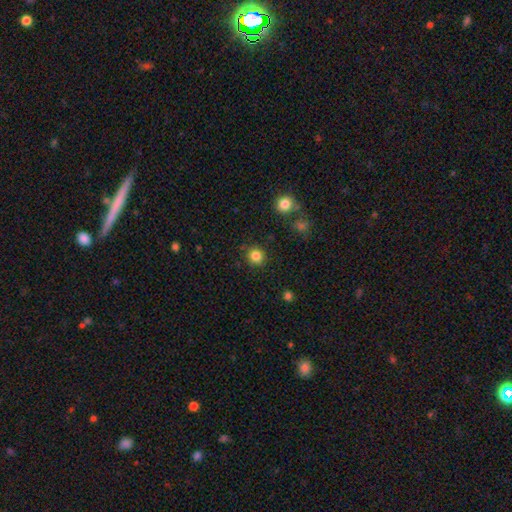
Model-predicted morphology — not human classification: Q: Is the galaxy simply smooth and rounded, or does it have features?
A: smooth — 85%.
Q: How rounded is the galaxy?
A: round — 91%.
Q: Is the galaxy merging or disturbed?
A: none — 90%.